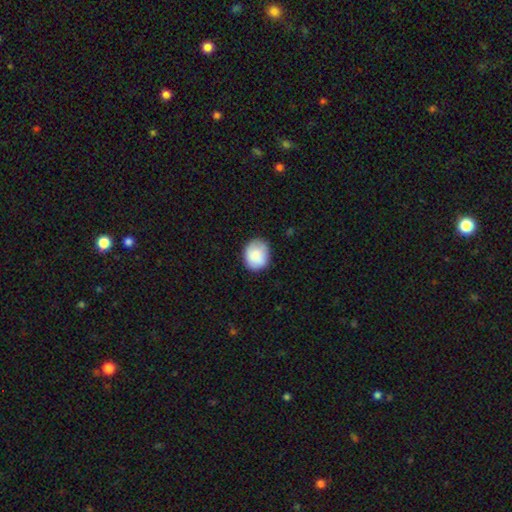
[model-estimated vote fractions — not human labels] Smooth or featured?
  - smooth: 83% *
  - featured or disk: 10%
  - star or artifact: 7%
How rounded?
  - round: 69% *
  - in between: 30%
  - cigar-shaped: 1%
Merging?
  - none: 79% *
  - minor disturbance: 17%
  - major disturbance: 3%
  - merger: 1%